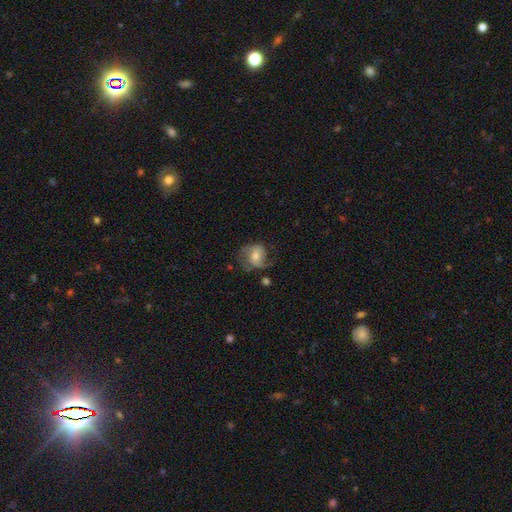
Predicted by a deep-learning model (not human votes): Smooth or featured? featured or disk (66%)
Edge-on disk? no (97%)
Bar? no (54%)
Spiral arms? yes (87%)
Spiral winding? medium (44%)
Spiral arm count? 2 (66%)
Bulge size? moderate (57%)
Merging? none (55%)